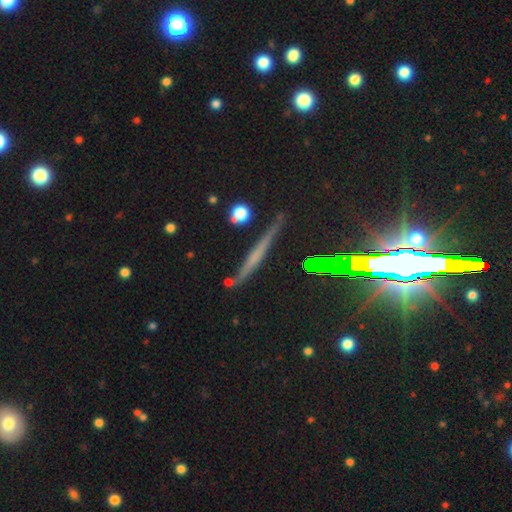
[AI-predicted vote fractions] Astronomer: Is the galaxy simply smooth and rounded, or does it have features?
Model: featured or disk — 53%.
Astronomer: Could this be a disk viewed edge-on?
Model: yes — 94%.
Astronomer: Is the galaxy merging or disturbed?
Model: none — 81%.